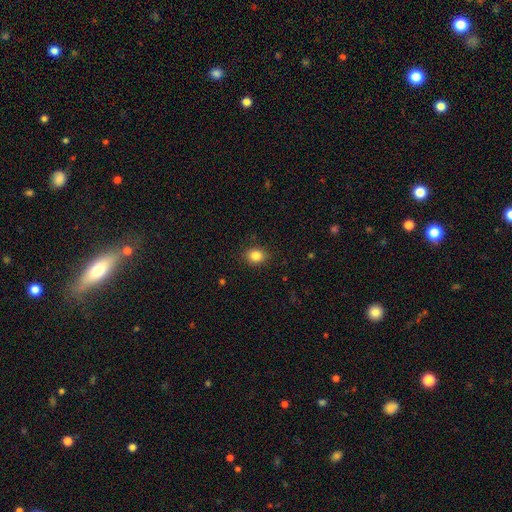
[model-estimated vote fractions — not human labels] Q: Smooth or featured?
A: smooth (85%); runner-up: star or artifact (10%)
Q: How rounded?
A: round (55%); runner-up: in between (44%)
Q: Merging?
A: none (88%); runner-up: minor disturbance (9%)